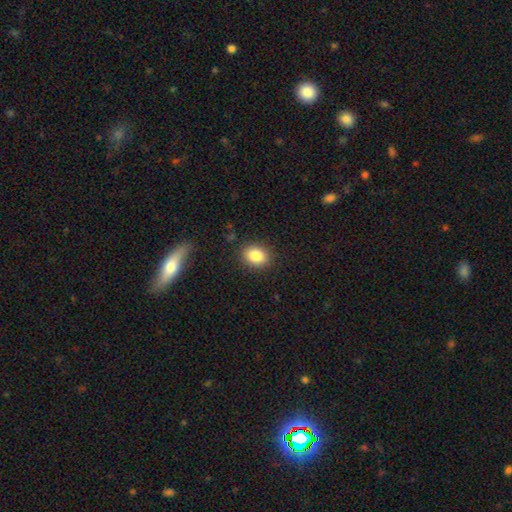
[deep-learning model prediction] The model was most divided on "how rounded": in between: 57%, round: 42%, cigar-shaped: 1%. More confident: merging — none (87%); smooth or featured — smooth (86%).